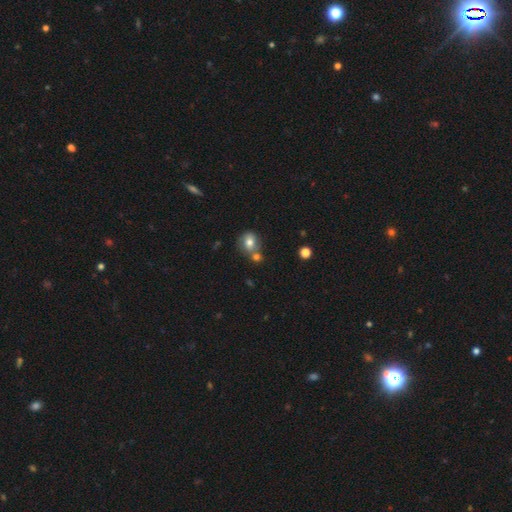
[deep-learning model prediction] smooth 70%, featured or disk 15%, star or artifact 15%. Down the decision tree: how rounded — round (75%); merging — none (54%).